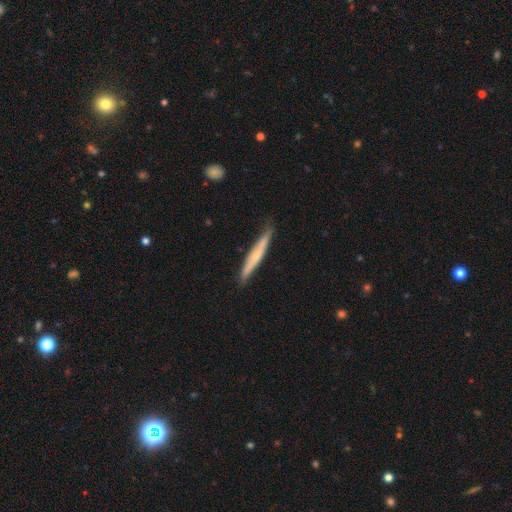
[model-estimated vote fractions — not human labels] smooth_or_featured: featured or disk (p=0.49) [alt: smooth p=0.46]
merging: none (p=0.81) [alt: minor disturbance p=0.16]